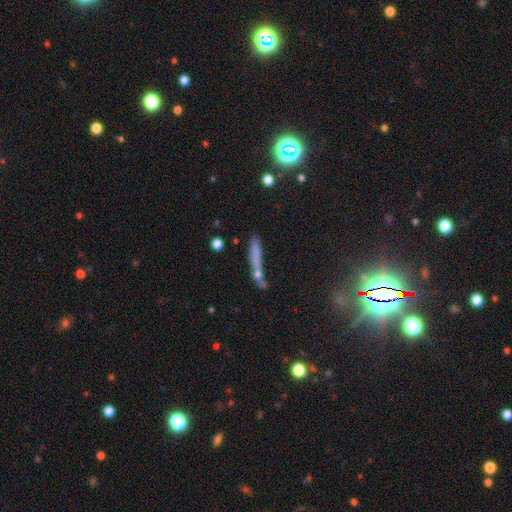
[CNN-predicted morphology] smooth 62%, featured or disk 25%, star or artifact 13%. Down the decision tree: how rounded — cigar-shaped (88%); merging — none (49%).